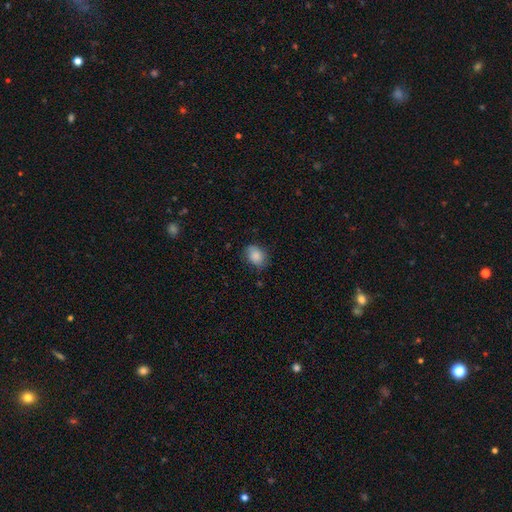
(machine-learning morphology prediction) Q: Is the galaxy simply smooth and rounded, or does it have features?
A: smooth — 83%.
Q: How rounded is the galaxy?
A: in between — 62%.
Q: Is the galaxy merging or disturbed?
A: none — 73%.